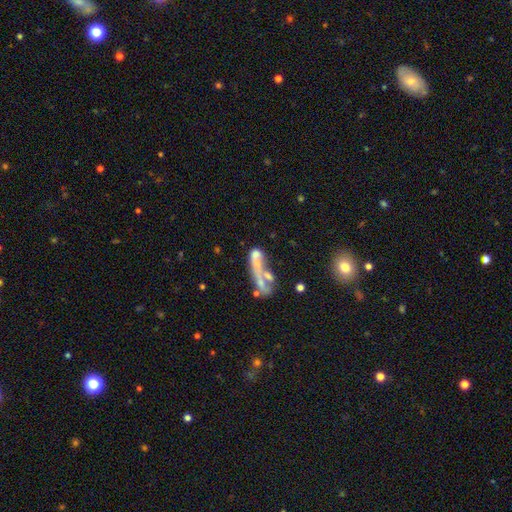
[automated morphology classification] The model was most divided on "smooth or featured": featured or disk: 46%, smooth: 41%, star or artifact: 14%. Remaining: merging — merger (46%).